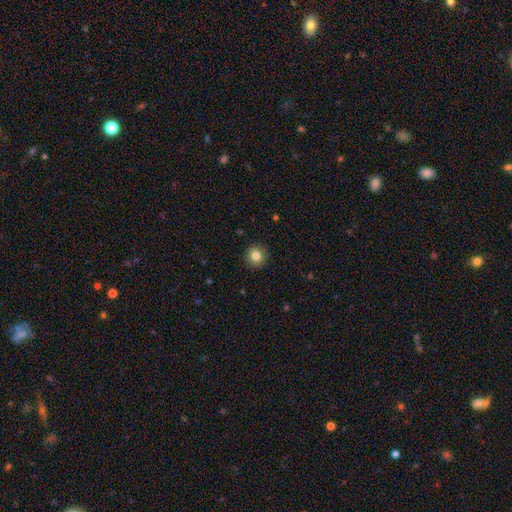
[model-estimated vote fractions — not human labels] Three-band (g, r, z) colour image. It shows a smooth galaxy with no disk features (82%) that is round (93%). Merging: none (92%).